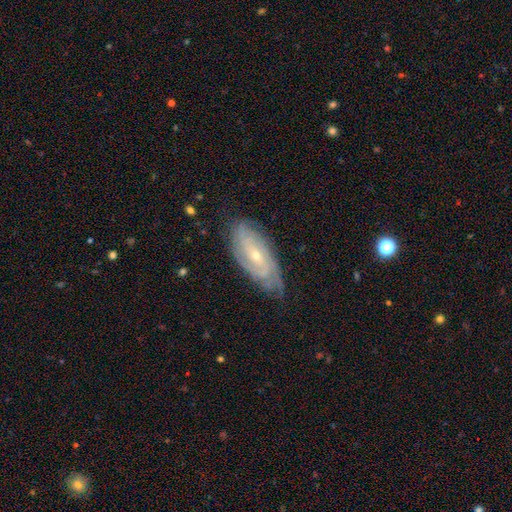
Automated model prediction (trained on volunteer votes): The model was most divided on "spiral arm count": can't tell: 38%, 2: 23%, 3: 19%, 4: 12%, more than 4: 5%, 1: 5%. More confident: spiral arms — yes (94%); edge-on disk — no (91%); smooth or featured — featured or disk (81%); merging — none (74%); spiral winding — tight (68%); bulge size — small (67%); bar — no (55%).